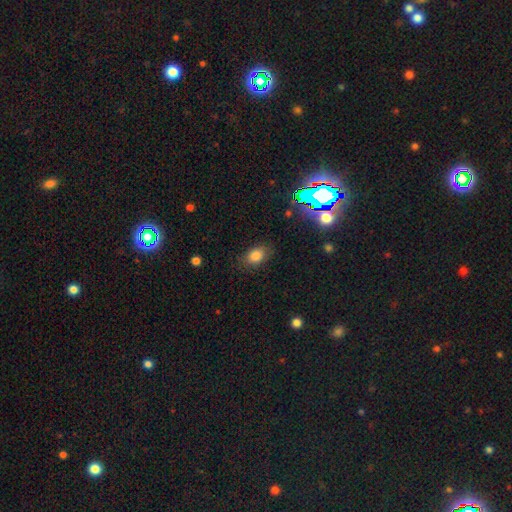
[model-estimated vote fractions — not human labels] The model was most divided on "how rounded": in between: 76%, round: 22%, cigar-shaped: 2%. More confident: merging — none (81%); smooth or featured — smooth (80%).